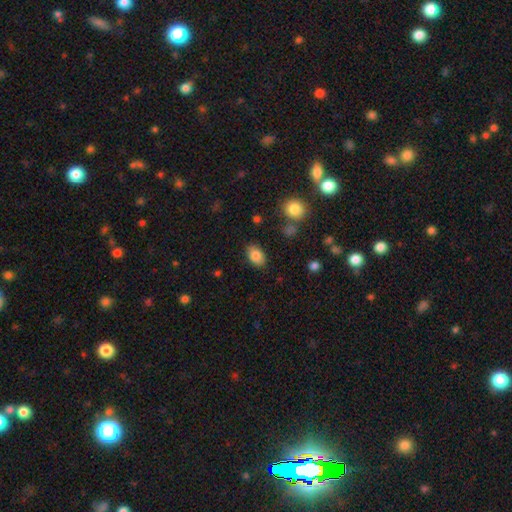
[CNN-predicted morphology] A smooth galaxy with no disk features (83%) that is in between round and cigar-shaped (88%).

Vote fractions:
- Smooth or featured? smooth: 83% / featured or disk: 8% / star or artifact: 8%
- How rounded? in between: 88% / round: 11% / cigar-shaped: 1%
- Merging? none: 85% / minor disturbance: 10% / major disturbance: 3% / merger: 2%